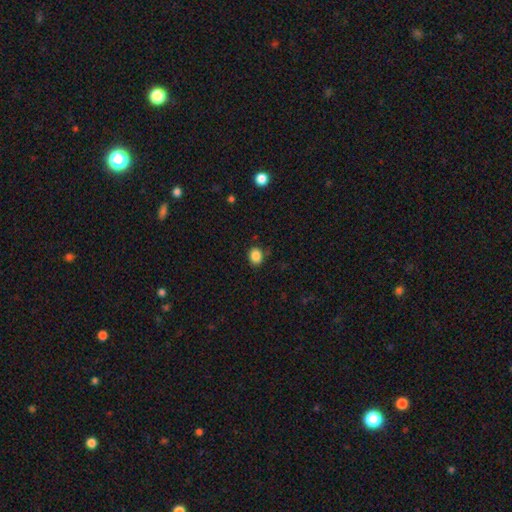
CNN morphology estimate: type=smooth (86%); roundness=in between (51%); merging=none (85%).